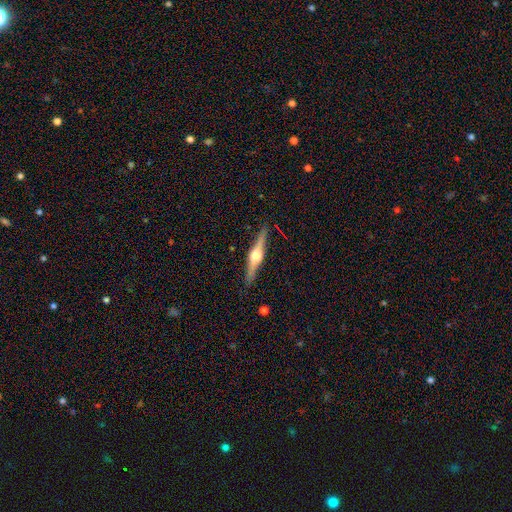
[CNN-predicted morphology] This appears to be a featured or disk galaxy (81%) viewed edge-on (98%) with a rounded central bulge (95%). Merging: none (90%).